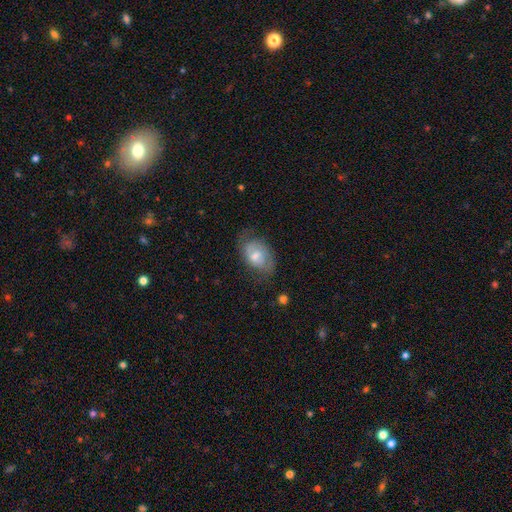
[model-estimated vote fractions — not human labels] The model was most divided on "smooth or featured": featured or disk: 50%, smooth: 43%, star or artifact: 7%. More confident: merging — none (60%).